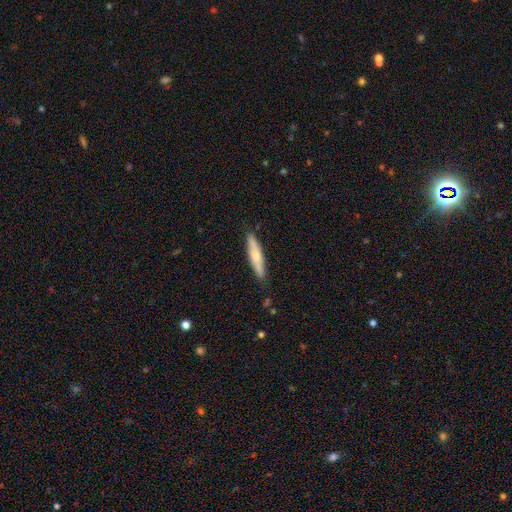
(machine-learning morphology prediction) Smooth or featured?
  - smooth: 60% *
  - featured or disk: 35%
  - star or artifact: 6%
How rounded?
  - cigar-shaped: 85% *
  - in between: 14%
  - round: 2%
Merging?
  - none: 86% *
  - minor disturbance: 11%
  - major disturbance: 2%
  - merger: 1%